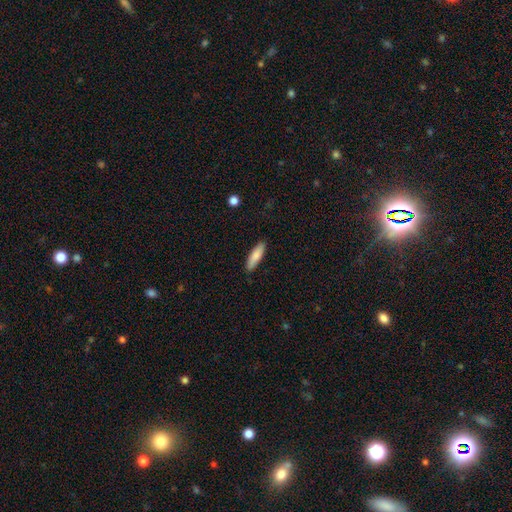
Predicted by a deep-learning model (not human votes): This is clearly a smooth galaxy (83%). How rounded: likely cigar-shaped (63%). Merging: clearly none (87%).